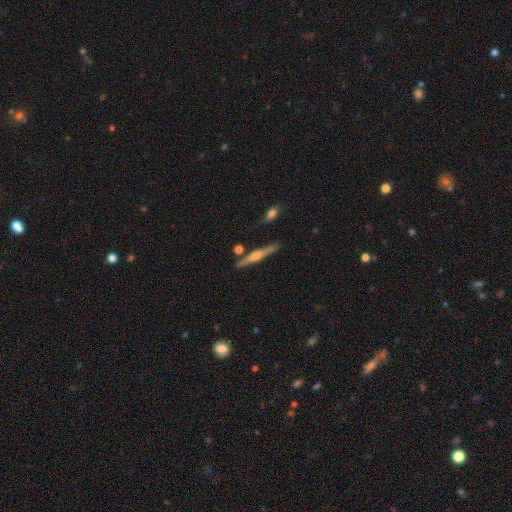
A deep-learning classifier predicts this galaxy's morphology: Q: Smooth or featured?
A: featured or disk (64%); runner-up: smooth (30%)
Q: Edge-on disk?
A: yes (97%); runner-up: no (3%)
Q: Edge-on bulge?
A: rounded (79%); runner-up: boxy (12%)
Q: Merging?
A: none (83%); runner-up: minor disturbance (10%)